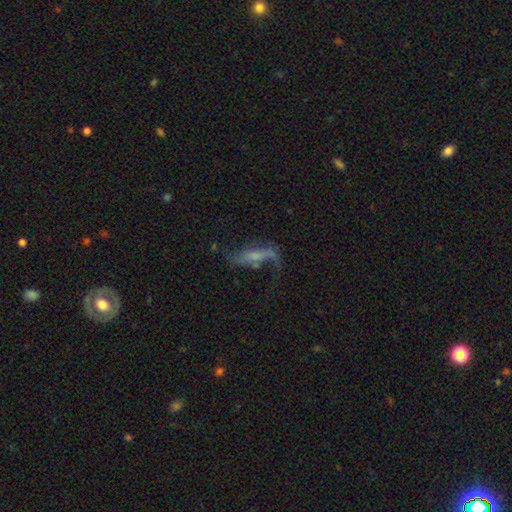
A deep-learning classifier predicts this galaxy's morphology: The model was most divided on "merging": none: 38%, major disturbance: 35%, minor disturbance: 21%, merger: 6%. More confident: edge-on disk — no (72%); smooth or featured — featured or disk (62%).